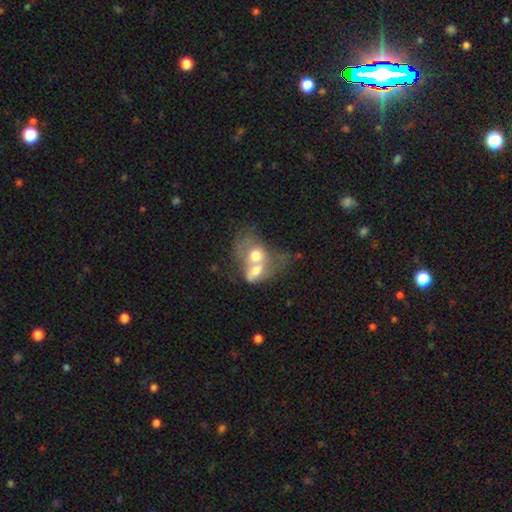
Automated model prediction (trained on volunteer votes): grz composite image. It shows a smooth galaxy with no disk features (53%) that is in between round and cigar-shaped (59%). Merging: merger (79%).